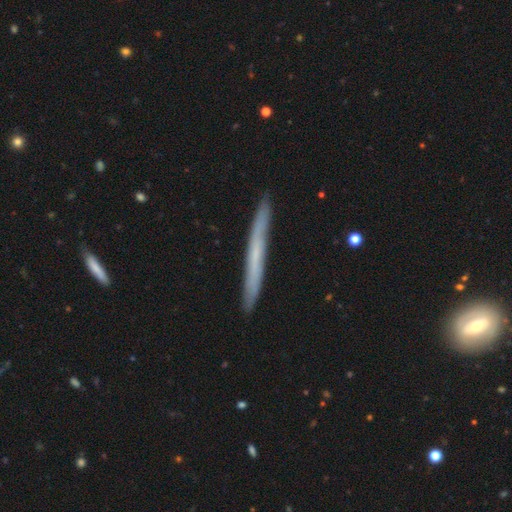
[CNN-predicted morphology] Smooth or featured? featured or disk (50%)
Merging? none (90%)